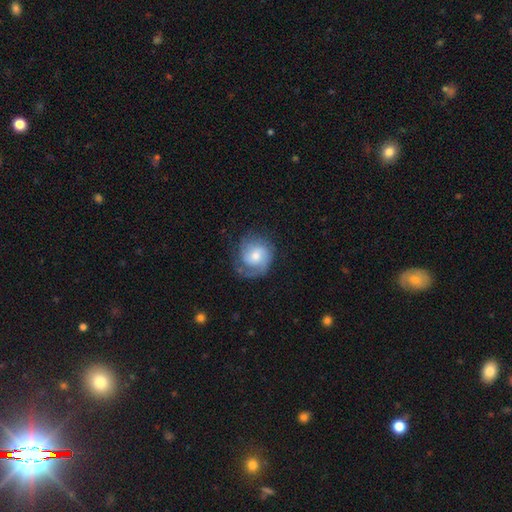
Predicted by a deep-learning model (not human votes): Smooth or featured?
  - featured or disk: 68% *
  - smooth: 26%
  - star or artifact: 7%
Edge-on disk?
  - no: 98% *
  - yes: 2%
Bar?
  - no: 63% *
  - weak: 32%
  - strong: 5%
Spiral arms?
  - yes: 92% *
  - no: 8%
Spiral winding?
  - tight: 46% *
  - medium: 38%
  - loose: 16%
Spiral arm count?
  - 2: 41% *
  - 1: 28%
  - can't tell: 18%
  - 3: 8%
  - 4: 2%
  - more than 4: 2%
Bulge size?
  - moderate: 56% *
  - small: 31%
  - large: 9%
  - none: 2%
  - dominant: 1%
Merging?
  - none: 65% *
  - minor disturbance: 21%
  - major disturbance: 13%
  - merger: 1%